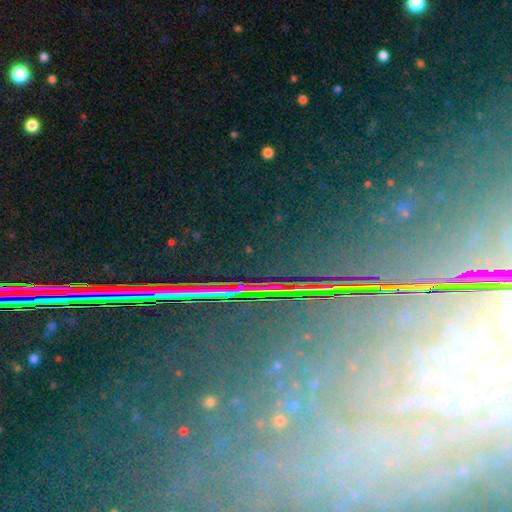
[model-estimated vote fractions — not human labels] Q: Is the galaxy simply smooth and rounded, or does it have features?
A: star or artifact — 70%.